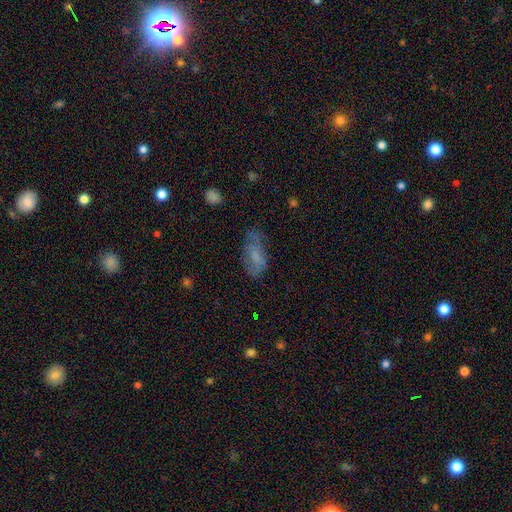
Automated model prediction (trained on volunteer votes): This is likely a smooth galaxy (60%). How rounded: clearly in between (85%). Merging: possibly none (59%).